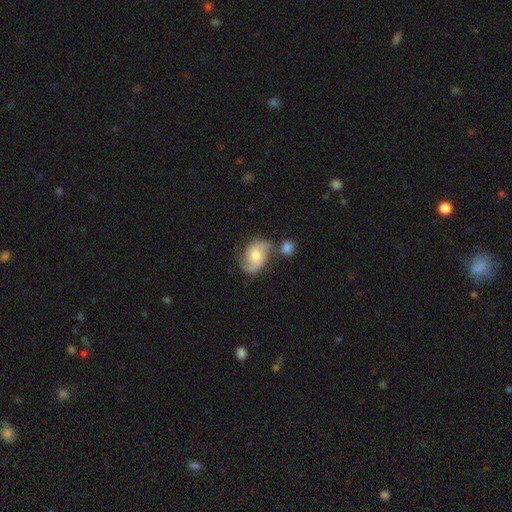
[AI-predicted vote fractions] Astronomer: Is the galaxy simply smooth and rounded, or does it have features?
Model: featured or disk — 70%.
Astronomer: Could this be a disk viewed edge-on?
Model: no — 97%.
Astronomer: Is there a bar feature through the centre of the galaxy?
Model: no — 62%.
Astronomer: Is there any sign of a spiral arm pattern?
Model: yes — 92%.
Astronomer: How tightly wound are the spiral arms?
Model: medium — 47% (runner-up: loose, 36%).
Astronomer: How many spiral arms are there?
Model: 2 — 86%.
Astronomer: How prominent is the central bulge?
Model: moderate — 66%.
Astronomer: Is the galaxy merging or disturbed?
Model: none — 48% (runner-up: merger, 24%).